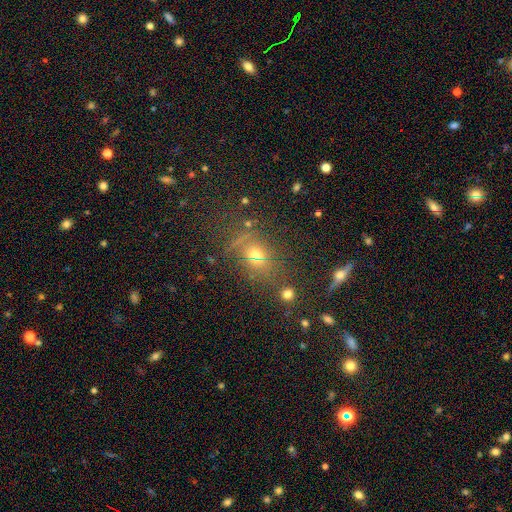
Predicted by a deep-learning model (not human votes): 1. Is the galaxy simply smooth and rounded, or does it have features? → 55% smooth, 26% star or artifact, 19% featured or disk.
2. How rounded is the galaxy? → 55% in between, 41% round, 4% cigar-shaped.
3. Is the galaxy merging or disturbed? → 66% none, 16% minor disturbance, 9% merger, 9% major disturbance.